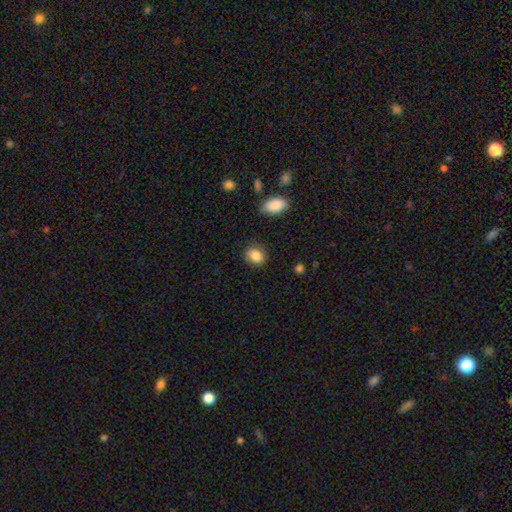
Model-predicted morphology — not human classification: This appears to be a smooth galaxy with no disk features (87%) that is in between round and cigar-shaped (63%). Merging: none (80%).